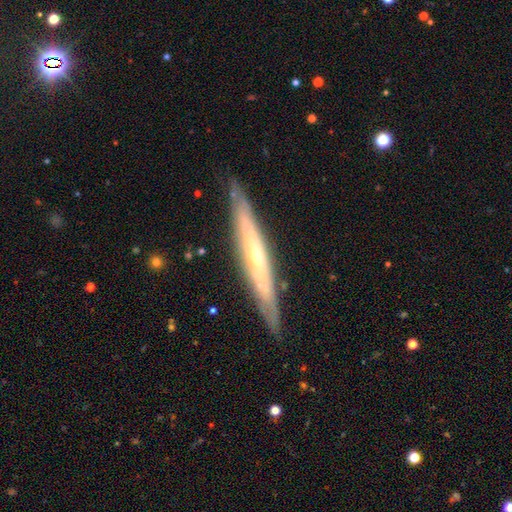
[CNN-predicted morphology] smooth_or_featured: featured or disk (p=0.72) [alt: smooth p=0.22]
disk_edge_on: yes (p=0.85) [alt: no p=0.15]
edge_on_bulge: rounded (p=0.59) [alt: none p=0.37]
merging: none (p=0.85) [alt: minor disturbance p=0.11]